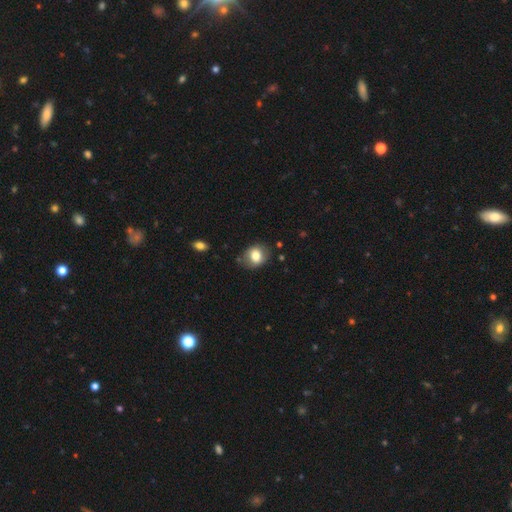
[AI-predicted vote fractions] Morphology: type=smooth (77%); roundness=round (52%); merging=none (76%).